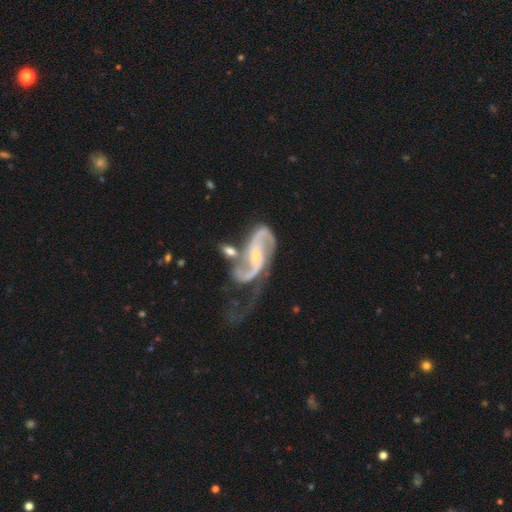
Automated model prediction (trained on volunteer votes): smooth_or_featured: featured or disk (p=0.90) [alt: star or artifact p=0.05]
disk_edge_on: no (p=0.97) [alt: yes p=0.03]
bar: no (p=0.44) [alt: weak p=0.35]
has_spiral_arms: yes (p=0.97) [alt: no p=0.03]
spiral_winding: medium (p=0.43) [alt: loose p=0.42]
spiral_arm_count: 2 (p=0.86) [alt: can't tell p=0.04]
bulge_size: small (p=0.68) [alt: moderate p=0.27]
merging: major disturbance (p=0.30) [alt: merger p=0.27]